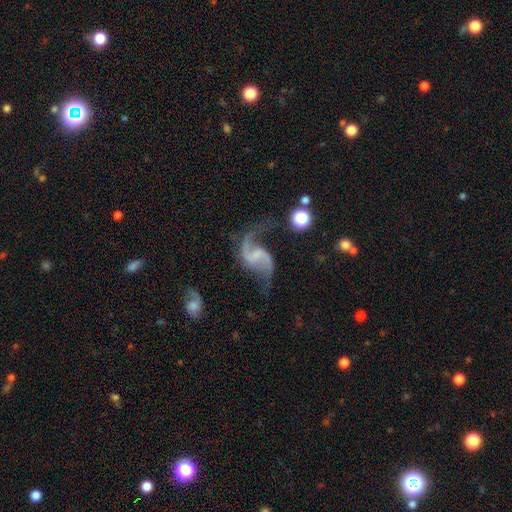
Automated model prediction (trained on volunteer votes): Smooth or featured: featured or disk — 90% (star or artifact — 5%)
Edge-on disk: no — 98% (yes — 2%)
Bar: weak — 44% (no — 38%)
Spiral arms: yes — 97% (no — 3%)
Spiral winding: loose — 77% (medium — 19%)
Spiral arm count: 2 — 93% (1 — 2%)
Bulge size: none — 56% (small — 30%)
Merging: none — 65% (minor disturbance — 17%)